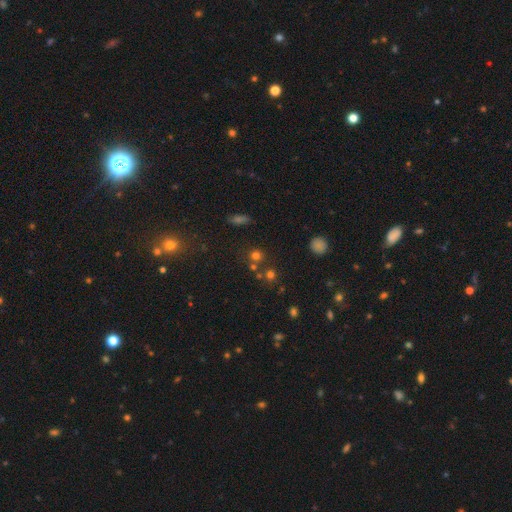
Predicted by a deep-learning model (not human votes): Smooth or featured: smooth — 65% (star or artifact — 26%)
How rounded: round — 88% (in between — 10%)
Merging: none — 66% (merger — 22%)